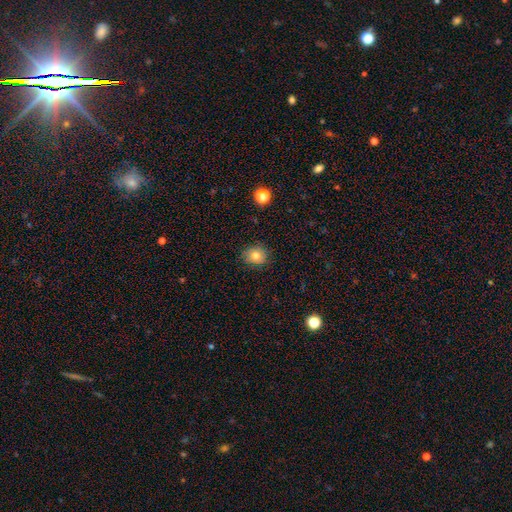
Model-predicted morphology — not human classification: Q: Smooth or featured?
A: smooth (79%); runner-up: star or artifact (11%)
Q: How rounded?
A: round (71%); runner-up: in between (29%)
Q: Merging?
A: none (83%); runner-up: minor disturbance (13%)